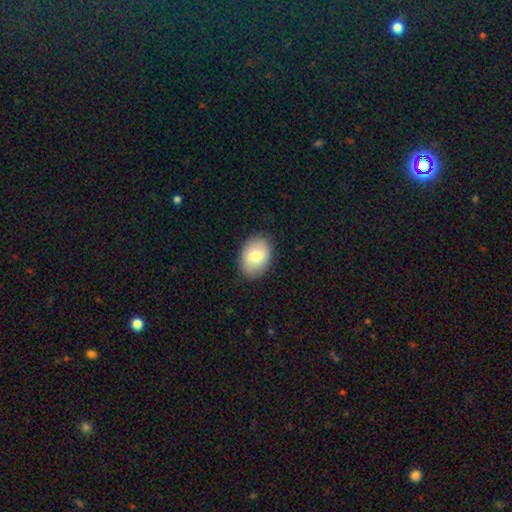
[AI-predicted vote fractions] Overall: smooth (72%). How rounded: in between (76%). Merging: none (86%).